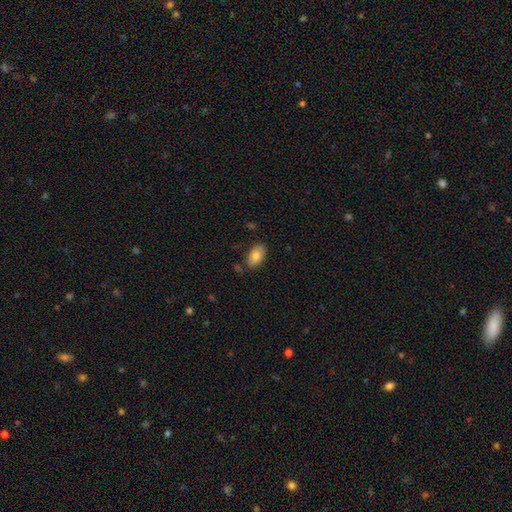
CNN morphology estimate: Overall: smooth (82%). How rounded: in between (93%). Merging: none (79%).